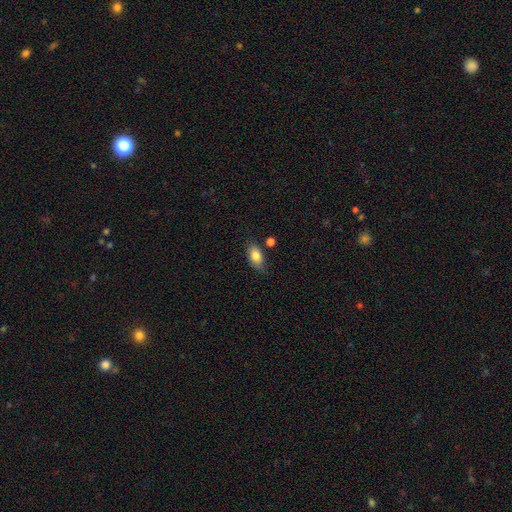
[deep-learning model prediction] This is clearly a smooth galaxy (81%). How rounded: clearly in between (88%). Merging: likely none (70%).